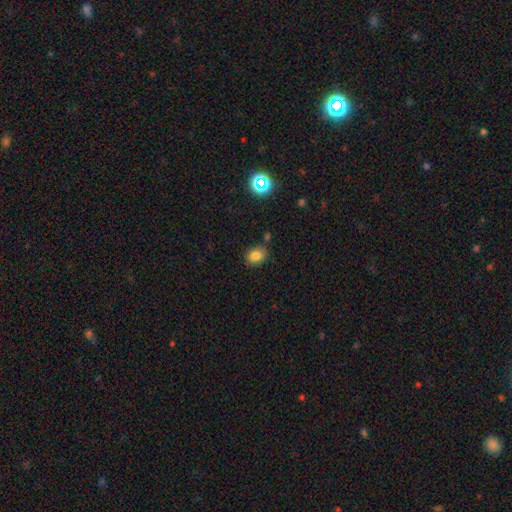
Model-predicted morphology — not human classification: smooth 81%, star or artifact 12%, featured or disk 7%. Down the decision tree: how rounded — in between (51%); merging — none (78%).